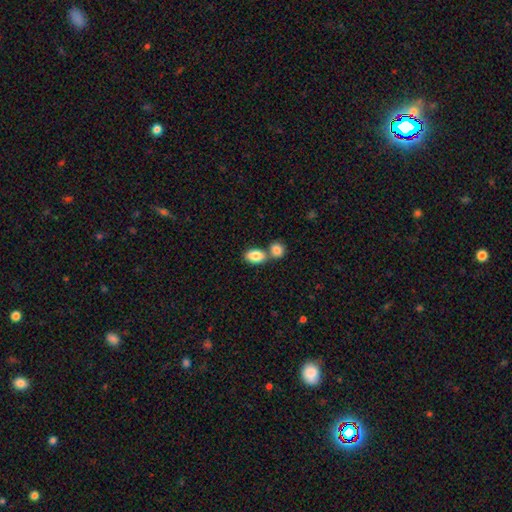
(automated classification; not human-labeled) smooth-or-featured: smooth: 85% | featured or disk: 9% | star or artifact: 7%
  how-rounded: in between: 88% | round: 11% | cigar-shaped: 2%
  merging: none: 45% | merger: 44% | minor disturbance: 8% | major disturbance: 3%